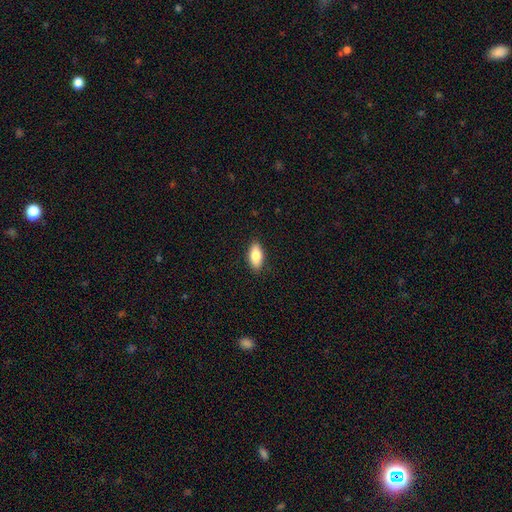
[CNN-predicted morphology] A smooth galaxy with no disk features (84%) that is in between round and cigar-shaped (88%). Merging: none (89%).